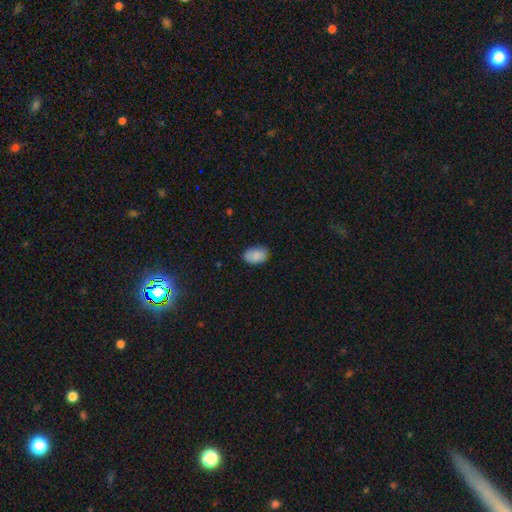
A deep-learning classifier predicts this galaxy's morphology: This appears to be a smooth galaxy with no disk features (87%) that is in between round and cigar-shaped (88%). Merging: none (78%).